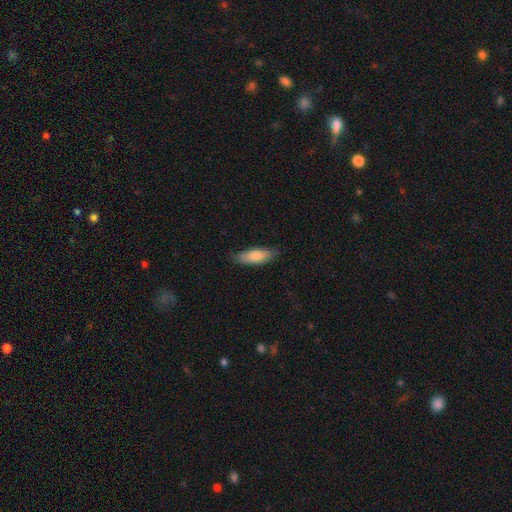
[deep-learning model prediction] The model was most divided on "how rounded": in between: 68%, cigar-shaped: 30%, round: 2%. More confident: merging — none (79%); smooth or featured — smooth (79%).